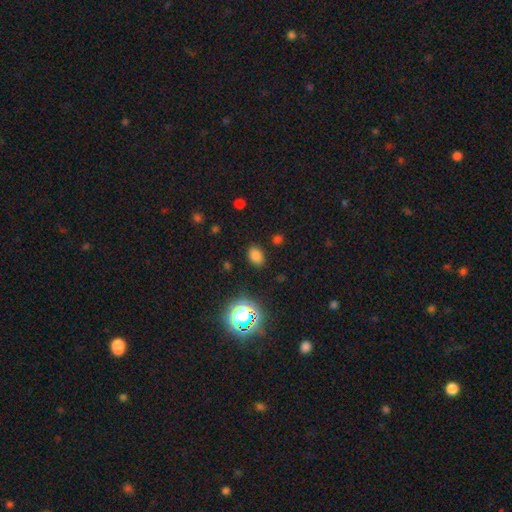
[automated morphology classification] A smooth galaxy with no disk features (77%) that is in between round and cigar-shaped (74%). Merging: none (85%).